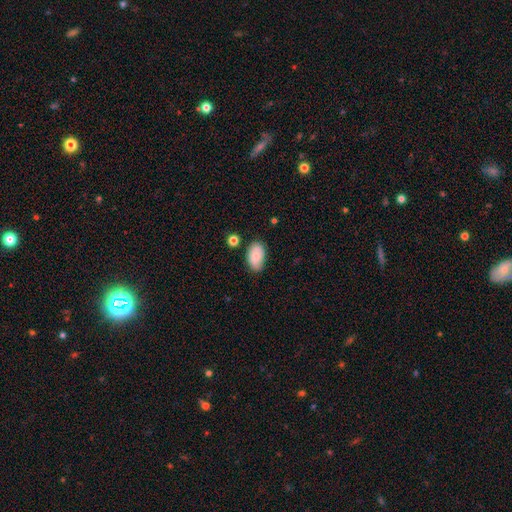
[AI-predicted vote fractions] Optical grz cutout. It shows a smooth galaxy with no disk features (79%) that is in between round and cigar-shaped (93%). Merging: none (72%).